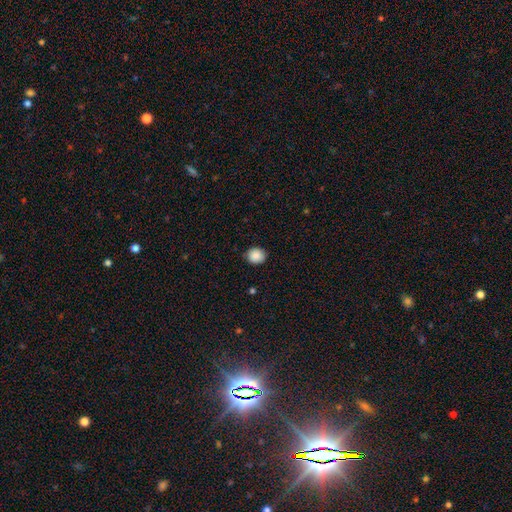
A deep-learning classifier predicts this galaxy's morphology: Q: Smooth or featured?
A: smooth (89%); runner-up: star or artifact (8%)
Q: How rounded?
A: round (76%); runner-up: in between (23%)
Q: Merging?
A: none (88%); runner-up: minor disturbance (9%)